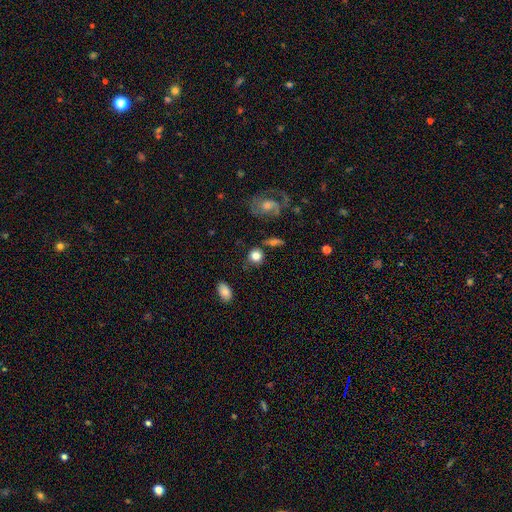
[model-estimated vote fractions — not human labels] This appears to be a smooth galaxy with no disk features (80%) that is round (85%). Merging: none (76%).